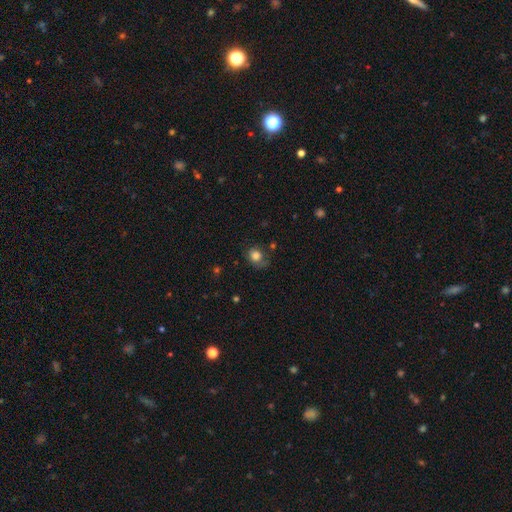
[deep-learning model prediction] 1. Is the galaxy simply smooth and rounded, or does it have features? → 78% smooth, 11% featured or disk, 11% star or artifact.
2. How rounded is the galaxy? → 64% round, 35% in between, 1% cigar-shaped.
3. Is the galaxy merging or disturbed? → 53% none, 27% minor disturbance, 17% major disturbance, 3% merger.